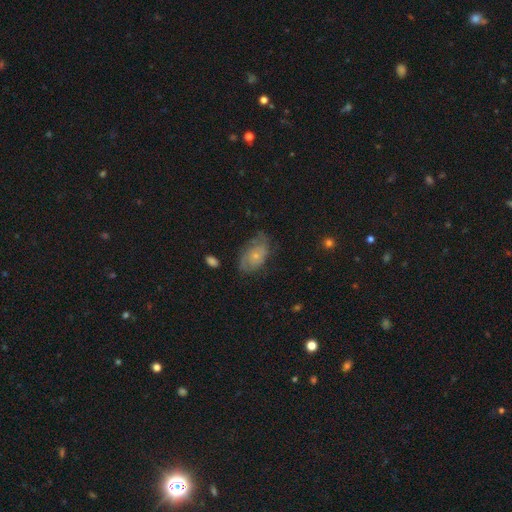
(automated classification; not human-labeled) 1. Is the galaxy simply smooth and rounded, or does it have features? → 56% featured or disk, 36% smooth, 8% star or artifact.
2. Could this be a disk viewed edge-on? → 96% no, 4% yes.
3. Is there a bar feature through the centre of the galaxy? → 82% no, 16% weak, 2% strong.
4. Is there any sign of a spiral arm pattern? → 75% yes, 25% no.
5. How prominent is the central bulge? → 69% small, 24% moderate, 4% none, 2% large, 1% dominant.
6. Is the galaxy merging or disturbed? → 55% none, 29% minor disturbance, 14% major disturbance, 2% merger.